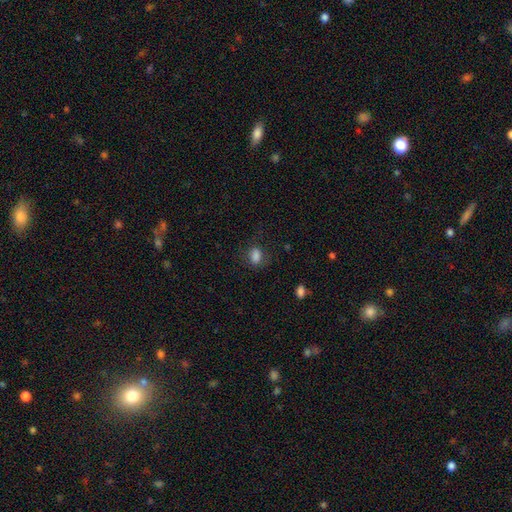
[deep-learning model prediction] The model was most divided on "merging": none: 69%, minor disturbance: 20%, major disturbance: 9%, merger: 2%. More confident: smooth or featured — smooth (83%); how rounded — in between (76%).